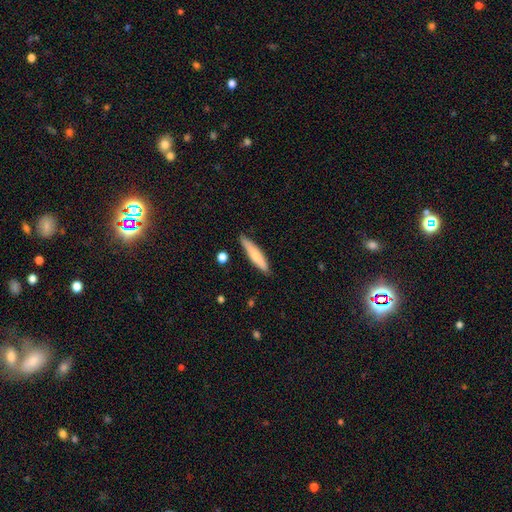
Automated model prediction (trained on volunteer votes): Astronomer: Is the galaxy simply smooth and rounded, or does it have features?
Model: smooth — 70%.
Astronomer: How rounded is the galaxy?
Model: cigar-shaped — 85%.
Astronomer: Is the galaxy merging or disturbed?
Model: none — 85%.